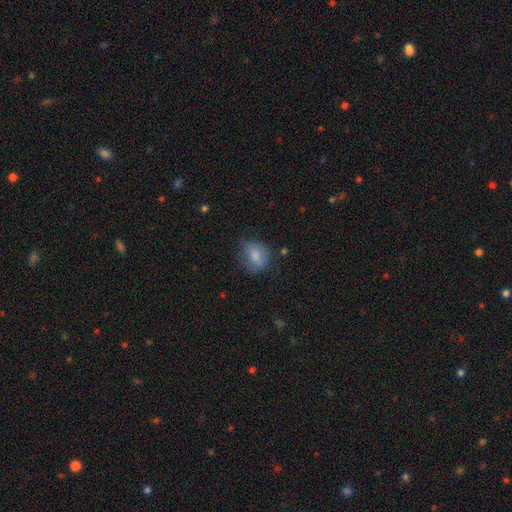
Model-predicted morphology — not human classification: Smooth or featured? Predicted: smooth (p=0.81). How rounded? Predicted: in between (p=0.58). Merging? Predicted: none (p=0.58).